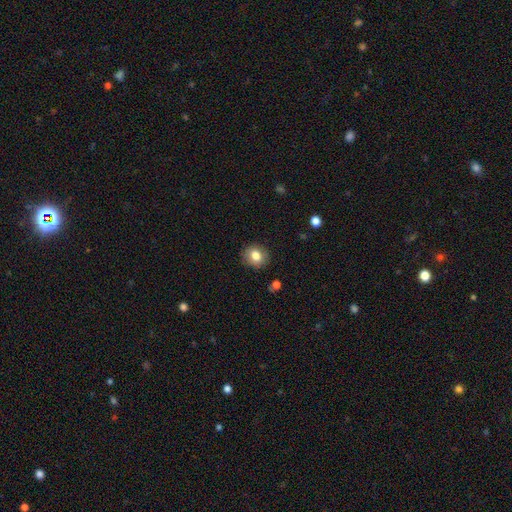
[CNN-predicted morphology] smooth-or-featured: smooth: 80% | featured or disk: 10% | star or artifact: 10%
  how-rounded: round: 75% | in between: 24% | cigar-shaped: 1%
  merging: none: 88% | minor disturbance: 8% | major disturbance: 2% | merger: 1%